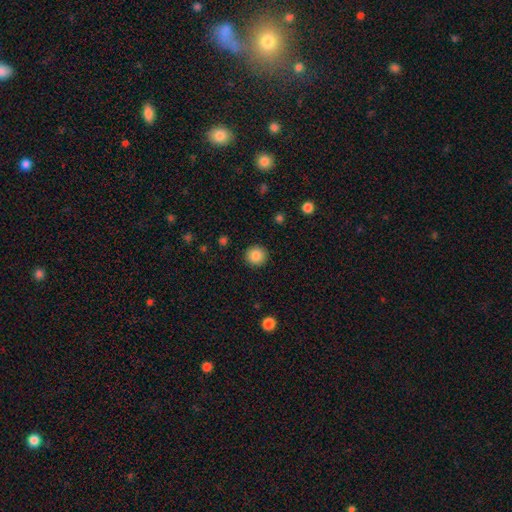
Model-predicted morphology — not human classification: This appears to be a smooth galaxy with no disk features (87%) that is round (94%). Merging: none (92%).